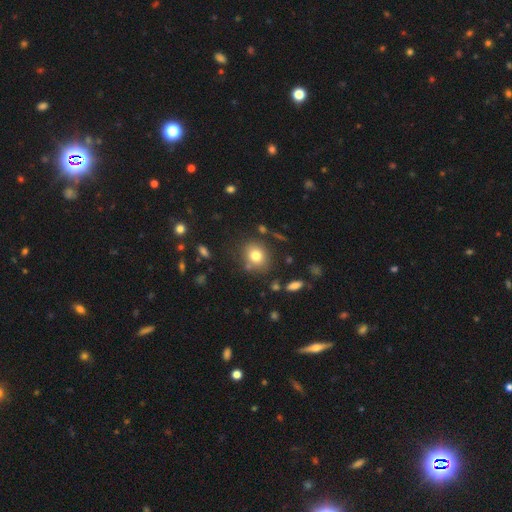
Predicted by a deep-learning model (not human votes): Smooth or featured? smooth (78%)
How rounded? round (66%)
Merging? none (78%)